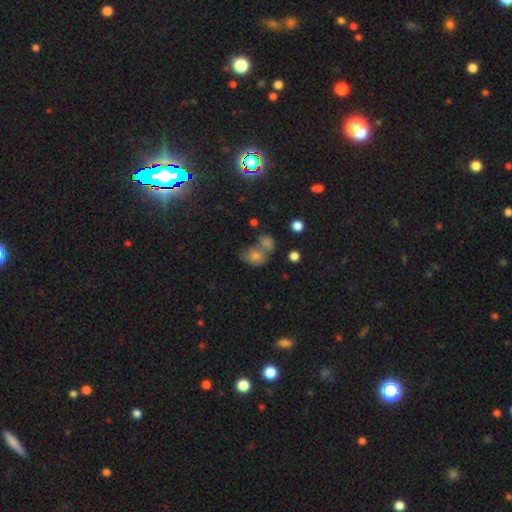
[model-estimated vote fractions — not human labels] Smooth or featured?
  - smooth: 54% *
  - star or artifact: 29%
  - featured or disk: 17%
How rounded?
  - round: 52% *
  - in between: 46%
  - cigar-shaped: 2%
Merging?
  - merger: 42% *
  - none: 38%
  - minor disturbance: 13%
  - major disturbance: 7%